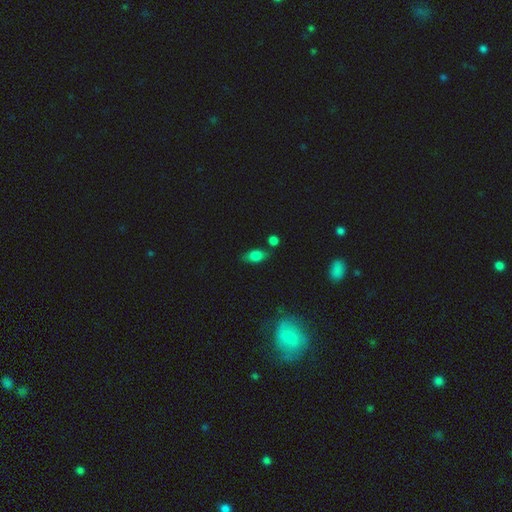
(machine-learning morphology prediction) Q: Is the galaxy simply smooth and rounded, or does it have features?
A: smooth — 76%.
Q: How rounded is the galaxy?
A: in between — 84%.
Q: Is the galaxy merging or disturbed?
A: none — 70%.